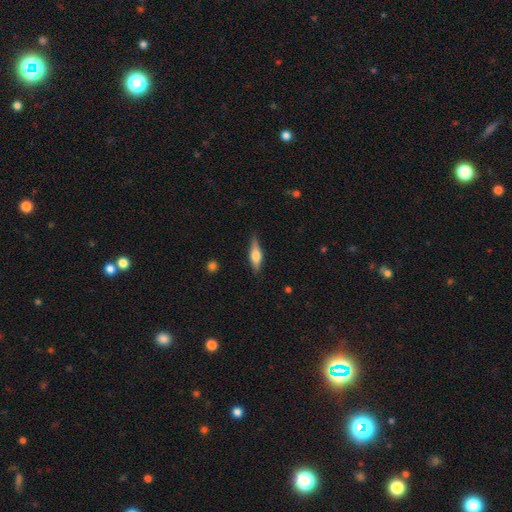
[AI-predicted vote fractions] Smooth or featured? smooth (48%)
Merging? none (83%)